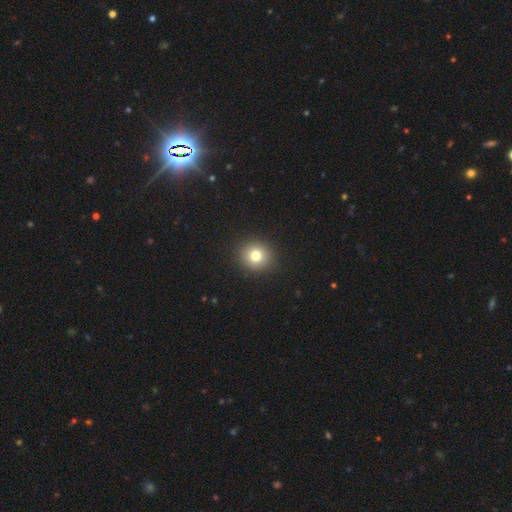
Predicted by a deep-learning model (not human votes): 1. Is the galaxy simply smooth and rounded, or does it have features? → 78% smooth, 13% star or artifact, 9% featured or disk.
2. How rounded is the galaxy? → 89% round, 10% in between, 1% cigar-shaped.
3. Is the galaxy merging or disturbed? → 92% none, 5% minor disturbance, 2% major disturbance, 1% merger.